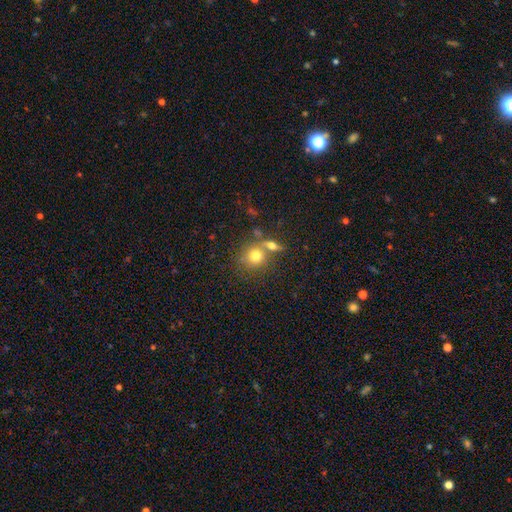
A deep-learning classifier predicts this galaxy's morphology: type=smooth (74%); roundness=round (83%); merging=none (53%).